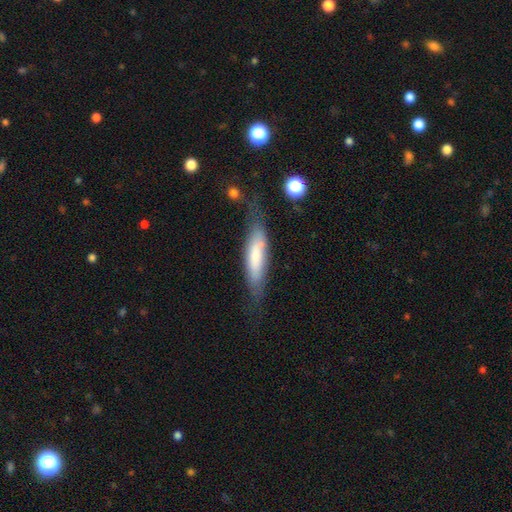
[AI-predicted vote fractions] Morphology: type=smooth (65%); roundness=cigar-shaped (66%); merging=none (57%).